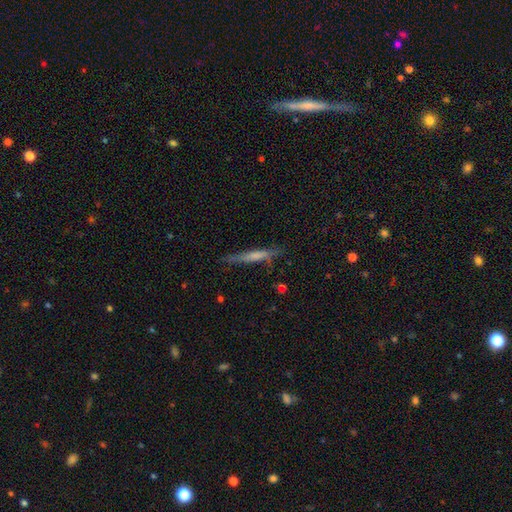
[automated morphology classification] type=smooth (52%); roundness=cigar-shaped (93%); merging=none (72%).